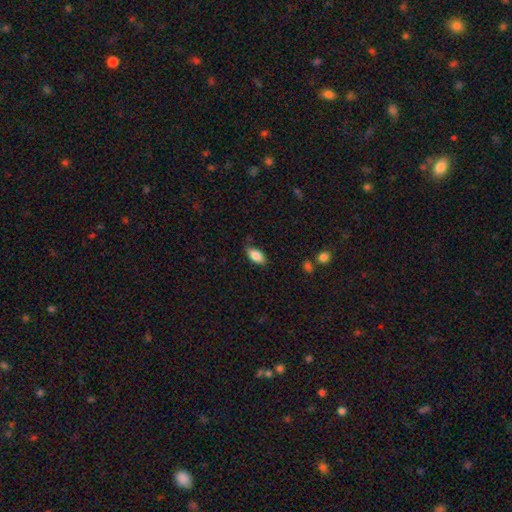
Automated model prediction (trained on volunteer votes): This is clearly a smooth galaxy (84%). How rounded: clearly in between (90%). Merging: clearly none (81%).